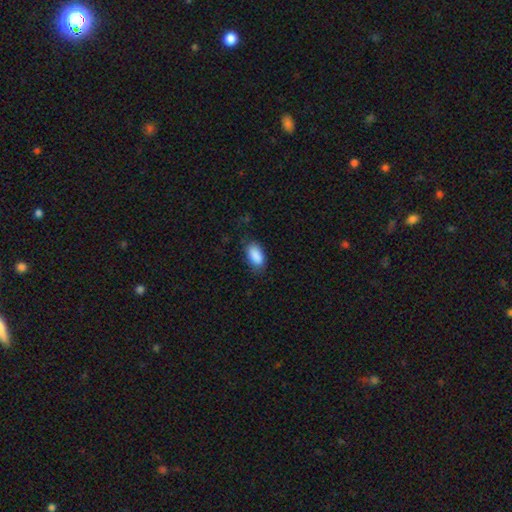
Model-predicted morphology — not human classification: Smooth or featured? Predicted: smooth (p=0.89). How rounded? Predicted: in between (p=0.93). Merging? Predicted: none (p=0.75).